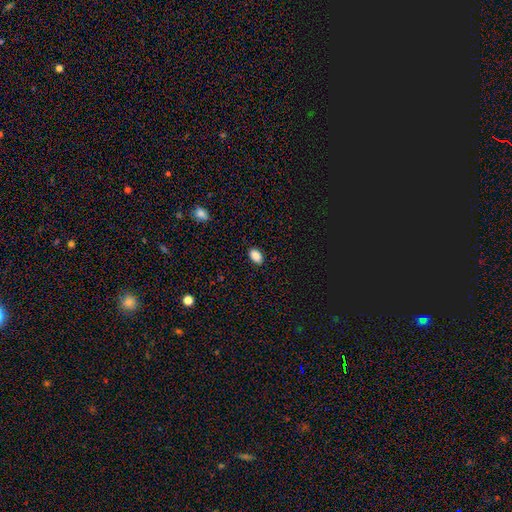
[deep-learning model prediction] A smooth galaxy with no disk features (88%) that is in between round and cigar-shaped (90%). Merging: none (87%).